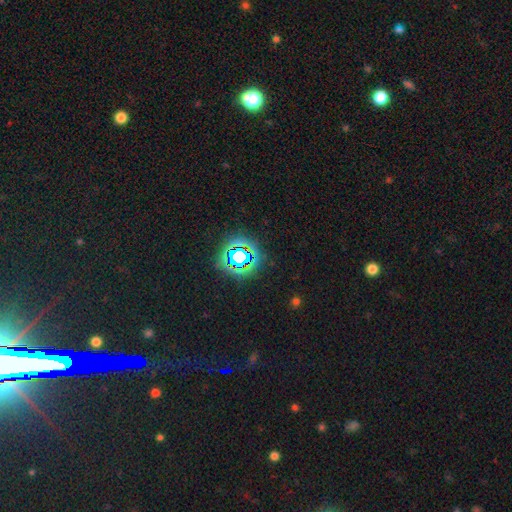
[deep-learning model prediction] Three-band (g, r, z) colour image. It shows a star or artifact, not a galaxy (78%).